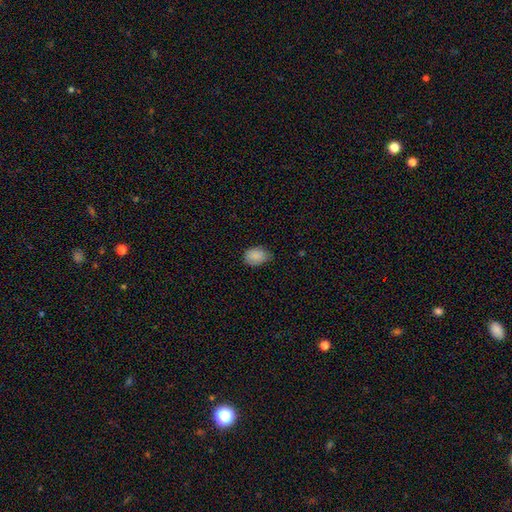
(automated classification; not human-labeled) Smooth or featured: smooth — 86% (star or artifact — 8%)
How rounded: in between — 78% (round — 21%)
Merging: none — 62% (minor disturbance — 32%)